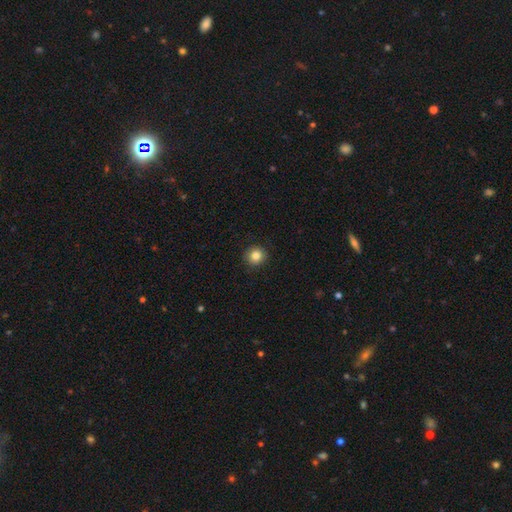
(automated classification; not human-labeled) This appears to be a smooth galaxy with no disk features (84%) that is round (92%). Merging: none (92%).